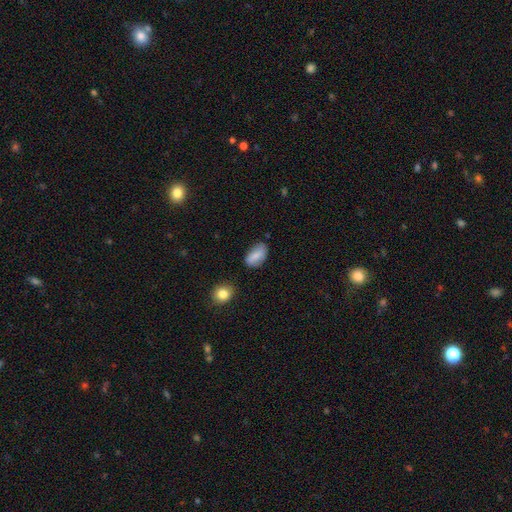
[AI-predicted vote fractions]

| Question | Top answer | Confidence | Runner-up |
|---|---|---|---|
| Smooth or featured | smooth | 80% | featured or disk (12%) |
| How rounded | in between | 92% | round (6%) |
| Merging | none | 71% | minor disturbance (22%) |